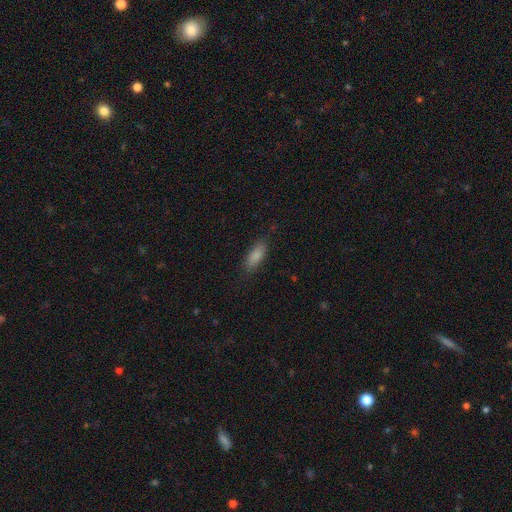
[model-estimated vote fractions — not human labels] smooth-or-featured: smooth: 86% | star or artifact: 7% | featured or disk: 7%
  how-rounded: in between: 73% | cigar-shaped: 25% | round: 2%
  merging: none: 80% | minor disturbance: 15% | major disturbance: 4% | merger: 1%